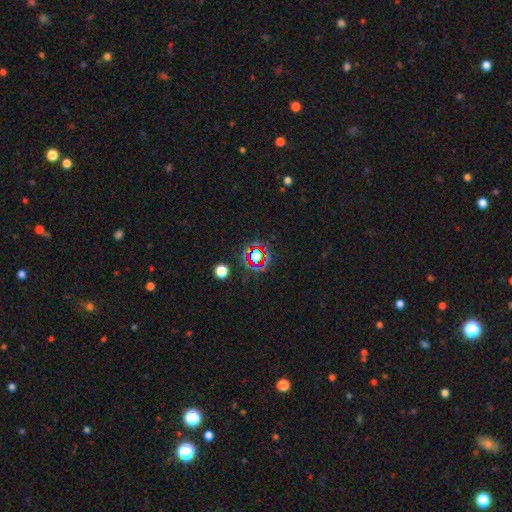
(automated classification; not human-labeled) Smooth or featured: star or artifact — 70% (smooth — 19%)